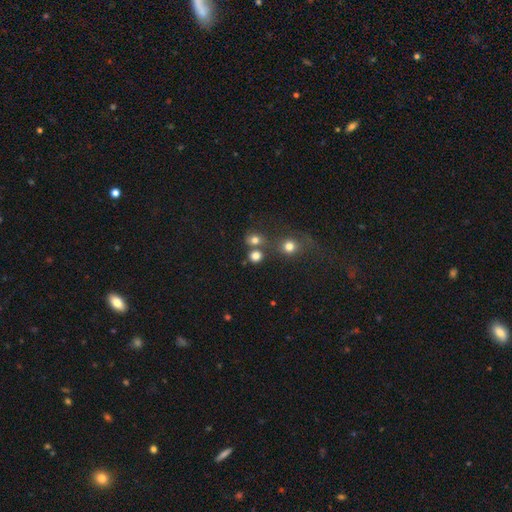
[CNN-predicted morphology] A smooth galaxy with no disk features (77%) that is round (82%).

Vote fractions:
- Smooth or featured? smooth: 77% / star or artifact: 16% / featured or disk: 7%
- How rounded? round: 82% / in between: 17% / cigar-shaped: 1%
- Merging? none: 62% / merger: 25% / minor disturbance: 9% / major disturbance: 5%